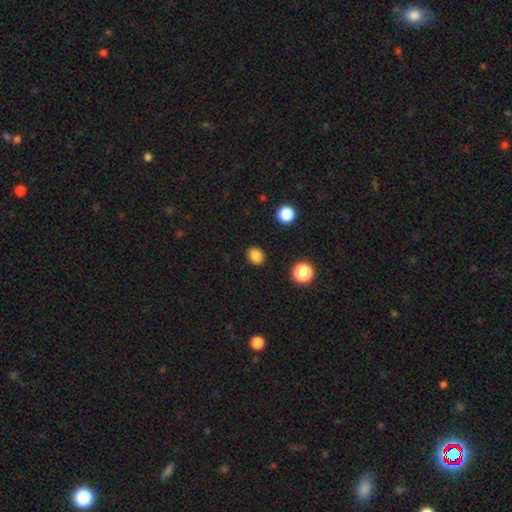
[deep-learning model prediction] Smooth or featured? smooth (84%)
How rounded? round (50%)
Merging? none (89%)